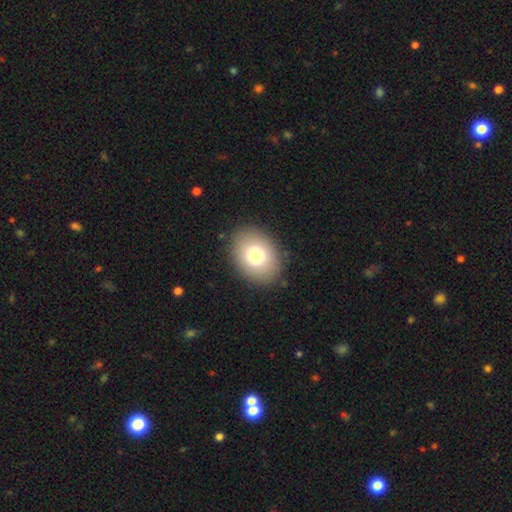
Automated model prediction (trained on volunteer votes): smooth 79%, featured or disk 12%, star or artifact 9%. Down the decision tree: how rounded — in between (66%); merging — none (88%).